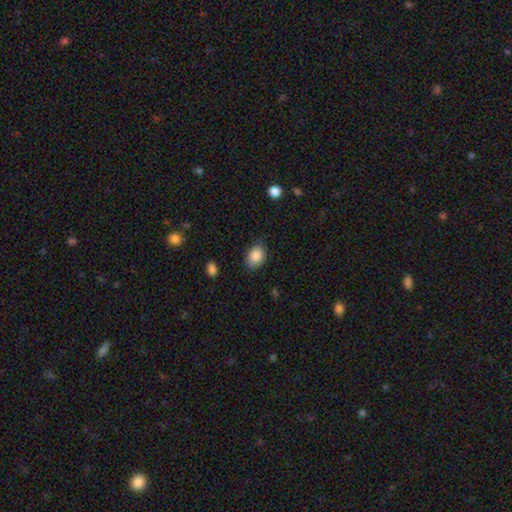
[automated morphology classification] type=smooth (87%); roundness=in between (77%); merging=none (83%).